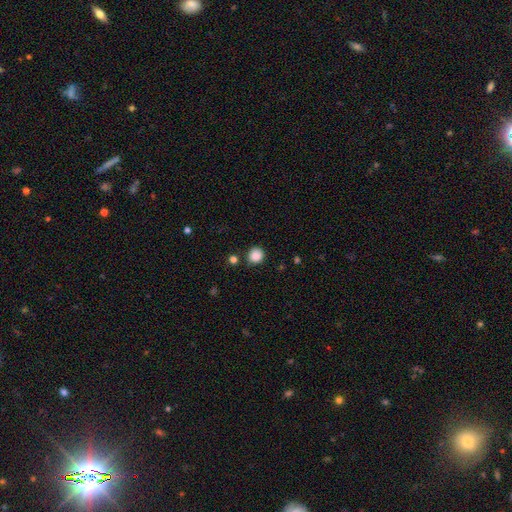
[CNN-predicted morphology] A smooth galaxy with no disk features (87%) that is round (86%). Merging: none (83%).